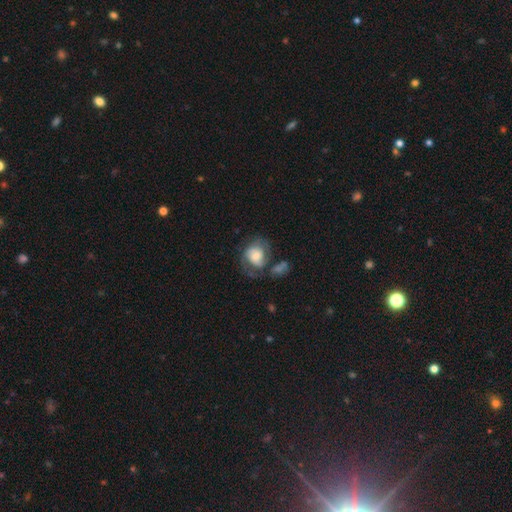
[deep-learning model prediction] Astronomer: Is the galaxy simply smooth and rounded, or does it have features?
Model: featured or disk — 57% (runner-up: smooth, 36%).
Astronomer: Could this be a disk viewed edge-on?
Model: no — 97%.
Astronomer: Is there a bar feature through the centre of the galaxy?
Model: no — 65%.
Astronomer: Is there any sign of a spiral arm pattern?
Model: yes — 80%.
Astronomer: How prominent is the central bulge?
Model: moderate — 46% (runner-up: small, 31%).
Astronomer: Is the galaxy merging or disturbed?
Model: none — 38% (runner-up: major disturbance, 25%).